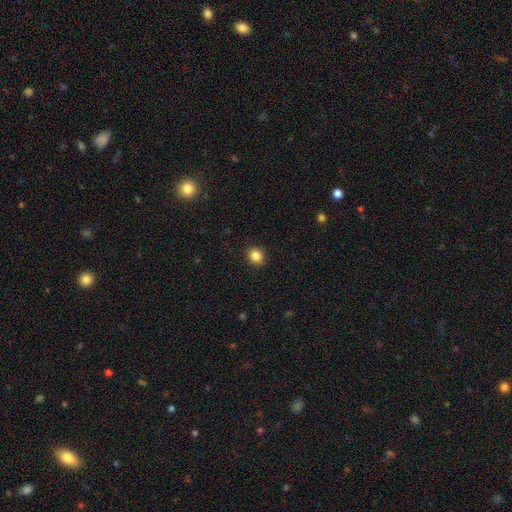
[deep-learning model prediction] A smooth galaxy with no disk features (85%) that is round (77%).

Vote fractions:
- Smooth or featured? smooth: 85% / star or artifact: 11% / featured or disk: 4%
- How rounded? round: 77% / in between: 22% / cigar-shaped: 1%
- Merging? none: 91% / minor disturbance: 6% / major disturbance: 2% / merger: 1%